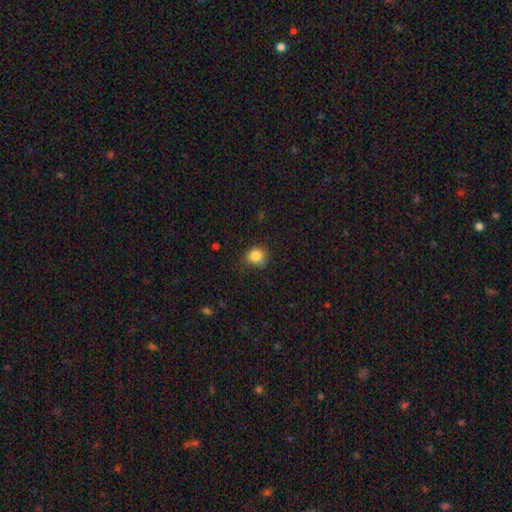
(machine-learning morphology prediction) Smooth or featured?
  - smooth: 84% *
  - star or artifact: 11%
  - featured or disk: 5%
How rounded?
  - round: 70% *
  - in between: 30%
  - cigar-shaped: 1%
Merging?
  - none: 66% *
  - minor disturbance: 26%
  - major disturbance: 6%
  - merger: 2%